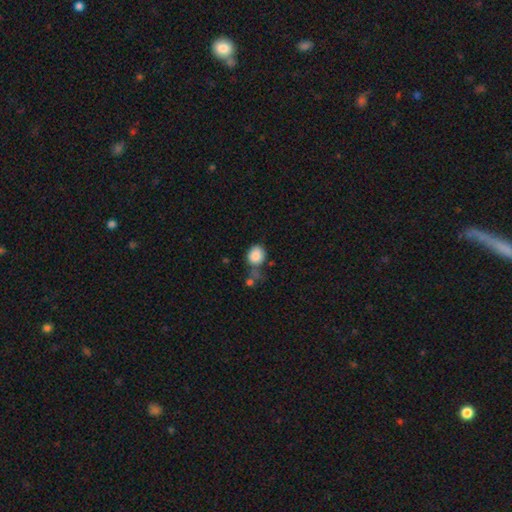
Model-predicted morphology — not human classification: This appears to be a smooth galaxy with no disk features (86%) that is round (69%). Merging: none (50%).